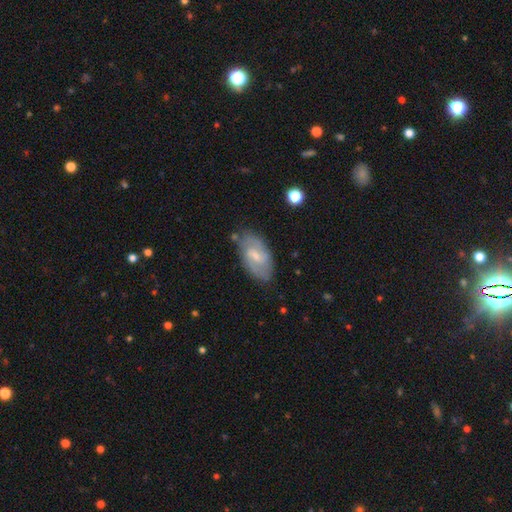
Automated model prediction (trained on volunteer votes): The model was most divided on "spiral winding": medium: 48%, tight: 28%, loose: 24%. More confident: edge-on disk — no (95%); spiral arms — yes (87%); spiral arm count — 2 (78%); merging — none (75%); smooth or featured — featured or disk (69%); bar — weak (63%); bulge size — small (59%).